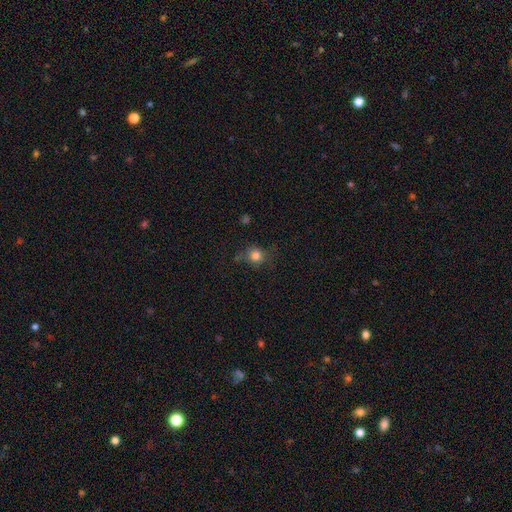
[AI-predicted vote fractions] smooth-or-featured: smooth: 78% | star or artifact: 14% | featured or disk: 8%
  how-rounded: round: 85% | in between: 14% | cigar-shaped: 1%
  merging: none: 69% | minor disturbance: 20% | major disturbance: 8% | merger: 3%